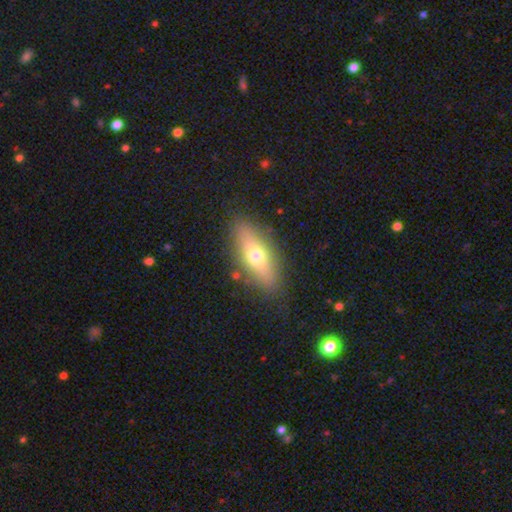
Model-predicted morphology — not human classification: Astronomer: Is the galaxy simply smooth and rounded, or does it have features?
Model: smooth — 57% (runner-up: featured or disk, 36%).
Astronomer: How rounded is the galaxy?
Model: in between — 59% (runner-up: cigar-shaped, 37%).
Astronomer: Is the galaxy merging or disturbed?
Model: none — 86%.